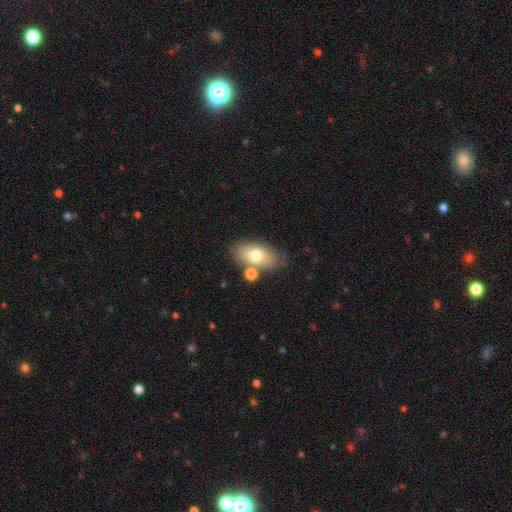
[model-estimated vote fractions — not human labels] Smooth or featured? Predicted: smooth (p=0.69). How rounded? Predicted: in between (p=0.89). Merging? Predicted: none (p=0.68).